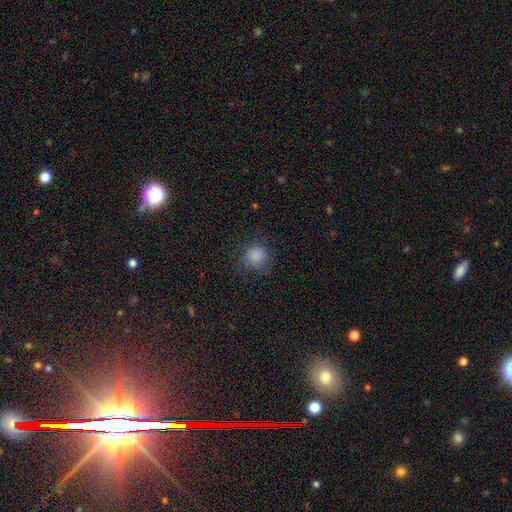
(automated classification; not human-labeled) Smooth or featured?
  - smooth: 83% *
  - star or artifact: 11%
  - featured or disk: 6%
How rounded?
  - round: 84% *
  - in between: 15%
  - cigar-shaped: 1%
Merging?
  - none: 71% *
  - minor disturbance: 18%
  - major disturbance: 9%
  - merger: 1%